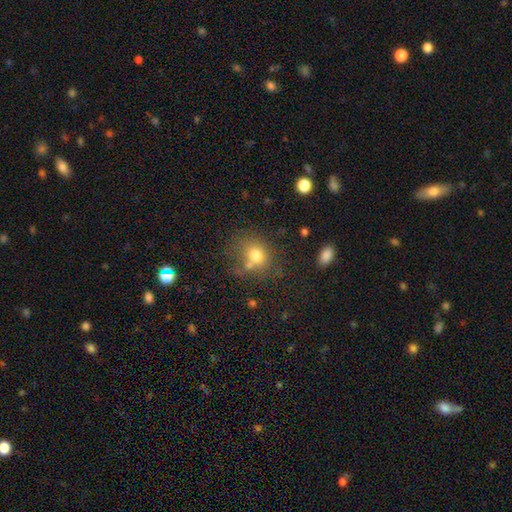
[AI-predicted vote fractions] smooth_or_featured: smooth (p=0.73) [alt: star or artifact p=0.14]
how_rounded: round (p=0.66) [alt: in between p=0.33]
merging: none (p=0.53) [alt: merger p=0.21]